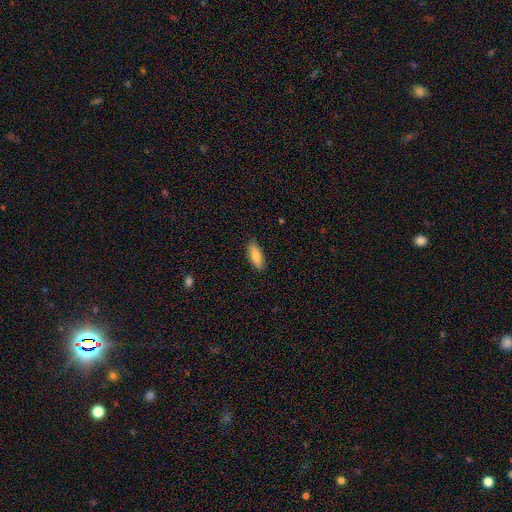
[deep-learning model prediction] A smooth galaxy with no disk features (82%) that is in between round and cigar-shaped (65%). Merging: none (87%).